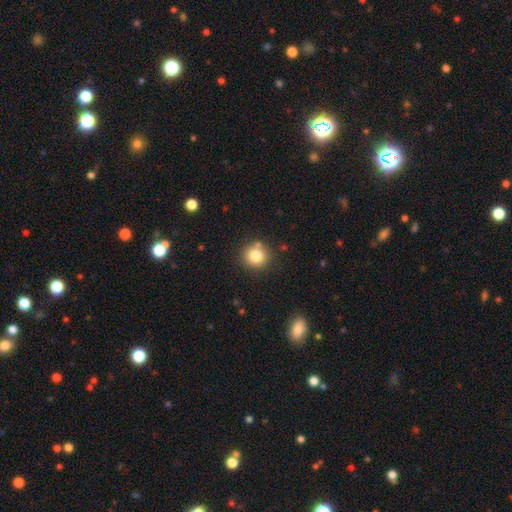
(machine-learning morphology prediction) Smooth or featured: smooth — 80% (star or artifact — 12%)
How rounded: round — 91% (in between — 8%)
Merging: none — 82% (minor disturbance — 9%)